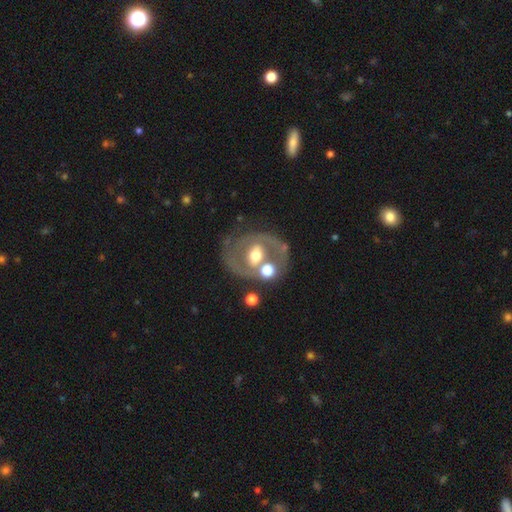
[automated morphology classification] Q: Smooth or featured?
A: featured or disk (70%); runner-up: smooth (23%)
Q: Edge-on disk?
A: no (96%); runner-up: yes (4%)
Q: Bar?
A: no (40%); runner-up: weak (38%)
Q: Spiral arms?
A: yes (57%); runner-up: no (43%)
Q: Bulge size?
A: moderate (69%); runner-up: large (16%)
Q: Merging?
A: none (60%); runner-up: minor disturbance (17%)